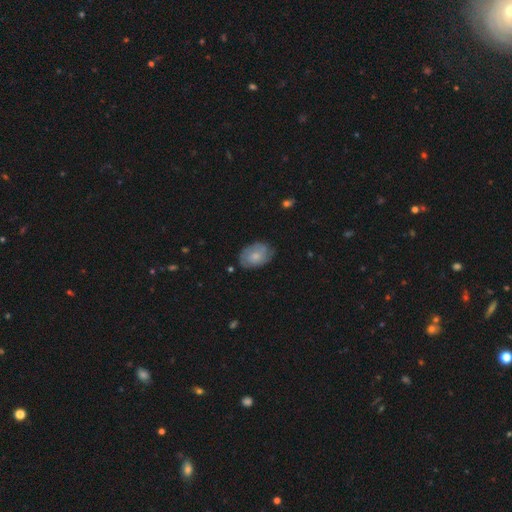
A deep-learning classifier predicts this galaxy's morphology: Smooth or featured? Predicted: smooth (p=0.55). How rounded? Predicted: in between (p=0.83). Merging? Predicted: none (p=0.70).